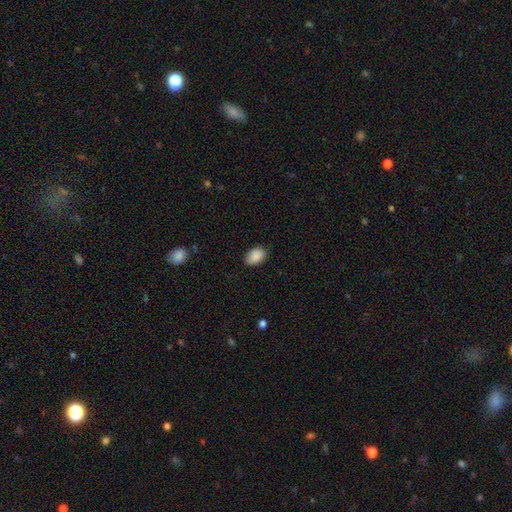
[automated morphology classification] smooth-or-featured: smooth: 89% | star or artifact: 7% | featured or disk: 4%
  how-rounded: in between: 89% | round: 10% | cigar-shaped: 1%
  merging: none: 84% | minor disturbance: 13% | major disturbance: 2% | merger: 1%